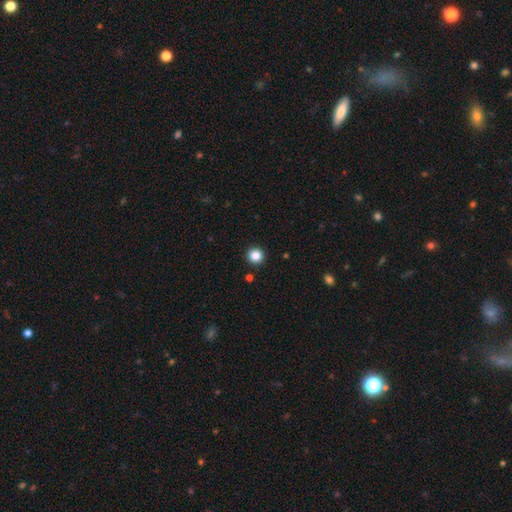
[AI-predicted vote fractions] Overall: smooth (85%). How rounded: round (96%). Merging: none (93%).